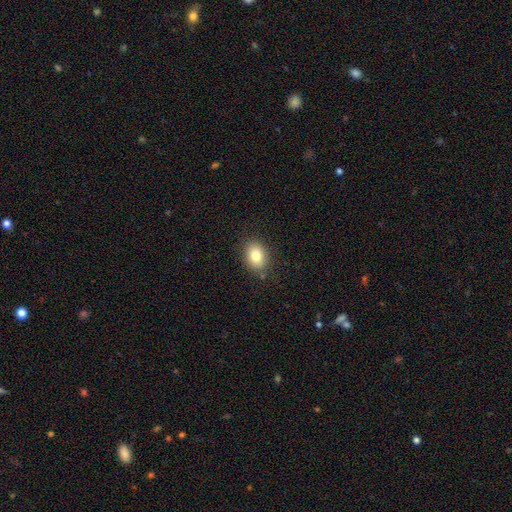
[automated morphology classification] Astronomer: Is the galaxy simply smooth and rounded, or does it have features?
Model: smooth — 81%.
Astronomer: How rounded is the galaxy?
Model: in between — 71%.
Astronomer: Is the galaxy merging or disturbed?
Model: none — 84%.